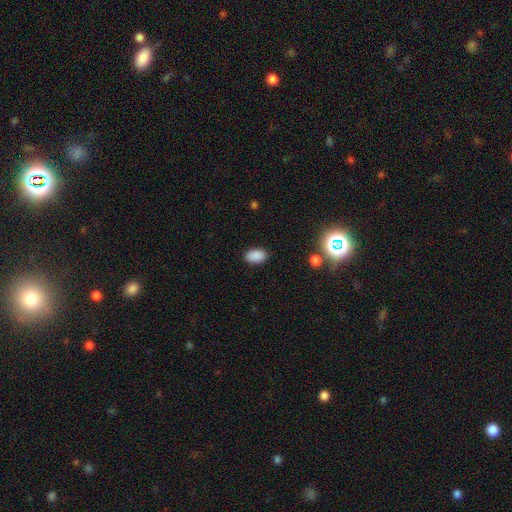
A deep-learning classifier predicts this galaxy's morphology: Smooth or featured: smooth — 87% (star or artifact — 10%)
How rounded: in between — 91% (round — 7%)
Merging: none — 87% (minor disturbance — 9%)